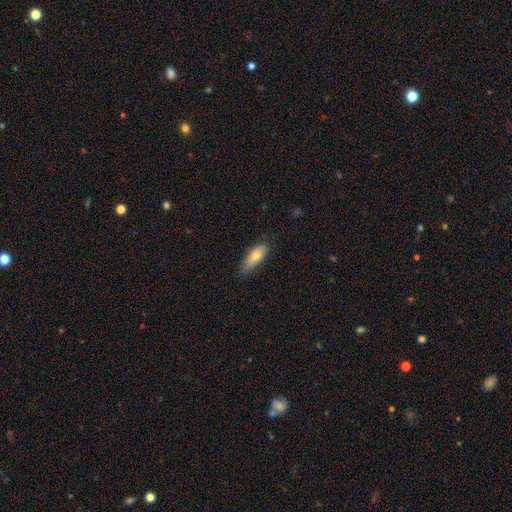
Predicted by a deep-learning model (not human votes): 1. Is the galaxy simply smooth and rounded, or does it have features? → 72% smooth, 22% featured or disk, 7% star or artifact.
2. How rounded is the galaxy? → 56% in between, 42% cigar-shaped, 2% round.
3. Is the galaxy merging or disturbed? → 78% none, 18% minor disturbance, 3% major disturbance, 1% merger.